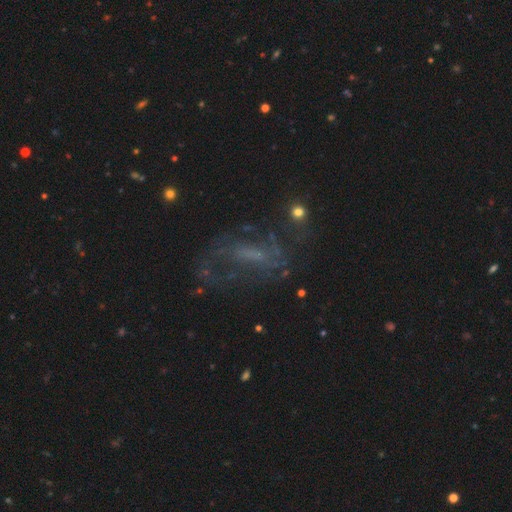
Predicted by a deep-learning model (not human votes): Smooth or featured?
  - featured or disk: 55% *
  - star or artifact: 25%
  - smooth: 20%
Edge-on disk?
  - no: 89% *
  - yes: 11%
Merging?
  - none: 49% *
  - major disturbance: 29%
  - minor disturbance: 18%
  - merger: 5%